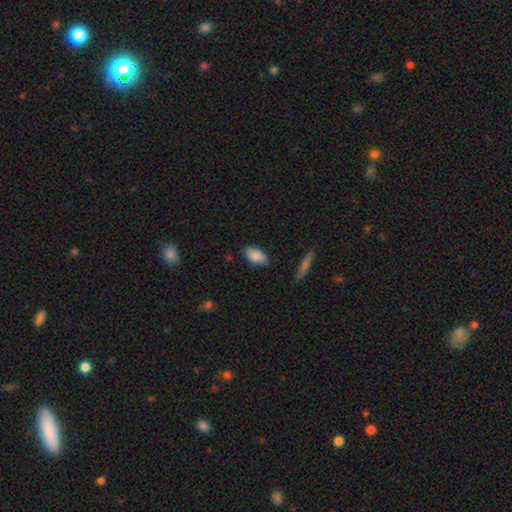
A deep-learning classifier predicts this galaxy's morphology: Q: Smooth or featured?
A: smooth (87%); runner-up: featured or disk (7%)
Q: How rounded?
A: in between (92%); runner-up: cigar-shaped (6%)
Q: Merging?
A: none (85%); runner-up: minor disturbance (11%)